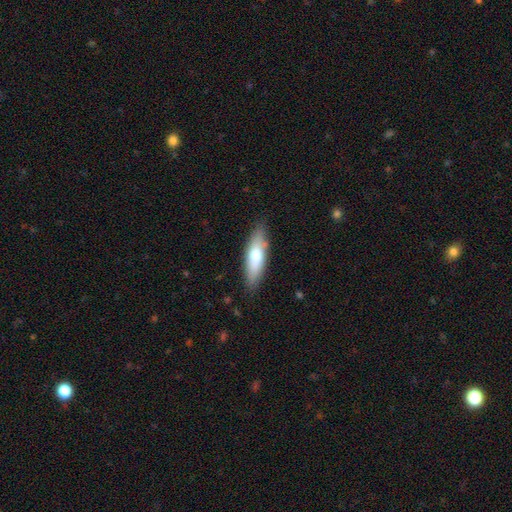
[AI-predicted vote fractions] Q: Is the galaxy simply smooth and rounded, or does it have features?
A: smooth — 66%.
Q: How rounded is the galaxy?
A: cigar-shaped — 51%.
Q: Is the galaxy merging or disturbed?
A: none — 84%.